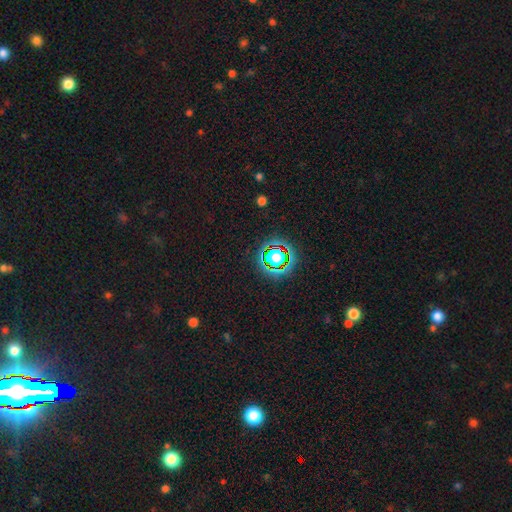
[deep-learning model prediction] The model was most divided on "smooth or featured": star or artifact: 79%, smooth: 13%, featured or disk: 8%.